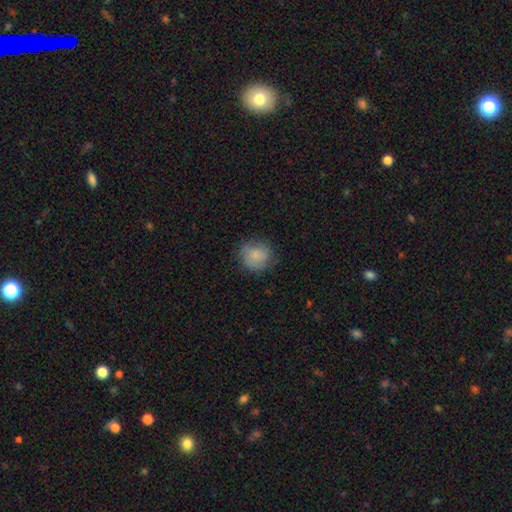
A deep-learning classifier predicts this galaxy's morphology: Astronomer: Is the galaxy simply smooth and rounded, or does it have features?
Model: smooth — 80%.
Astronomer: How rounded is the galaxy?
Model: round — 88%.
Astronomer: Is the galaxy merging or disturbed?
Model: none — 74%.